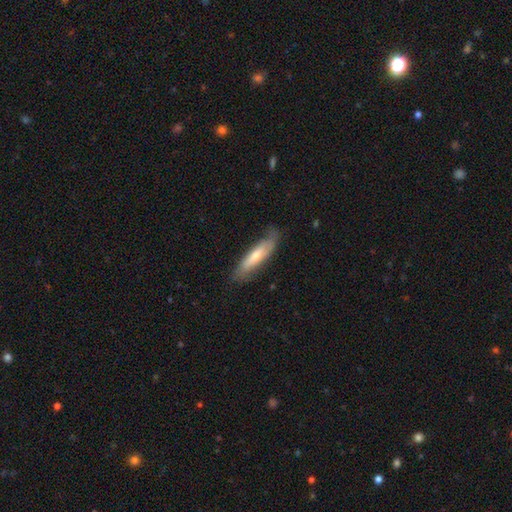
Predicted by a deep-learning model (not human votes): Q: Smooth or featured?
A: smooth (46%); runner-up: featured or disk (45%)
Q: Merging?
A: none (79%); runner-up: minor disturbance (16%)